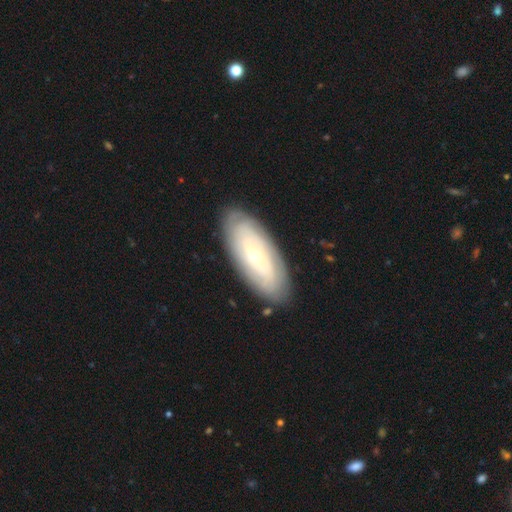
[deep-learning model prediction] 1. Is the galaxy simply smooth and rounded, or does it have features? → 65% featured or disk, 29% smooth, 6% star or artifact.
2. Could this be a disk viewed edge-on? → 88% no, 12% yes.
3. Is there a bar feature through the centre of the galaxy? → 82% no, 14% weak, 4% strong.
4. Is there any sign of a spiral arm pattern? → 70% yes, 30% no.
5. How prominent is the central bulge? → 68% small, 29% moderate, 2% large, 1% none, 1% dominant.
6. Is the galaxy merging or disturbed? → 85% none, 11% minor disturbance, 3% major disturbance, 1% merger.